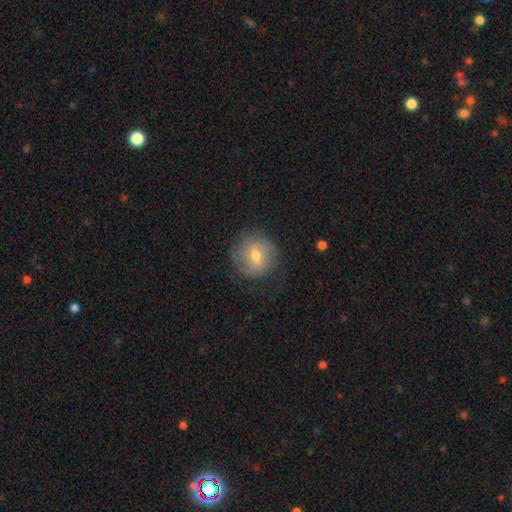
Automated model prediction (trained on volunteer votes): Overall: smooth (51%; featured or disk 40%). How rounded: round (89%). Merging: none (76%).